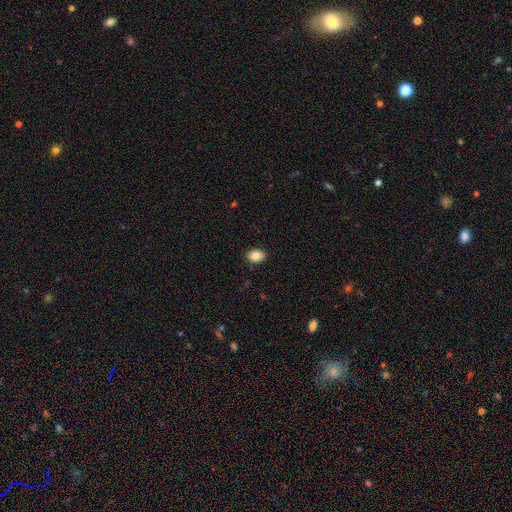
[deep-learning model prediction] smooth 86%, star or artifact 8%, featured or disk 5%. Down the decision tree: how rounded — in between (77%); merging — none (89%).